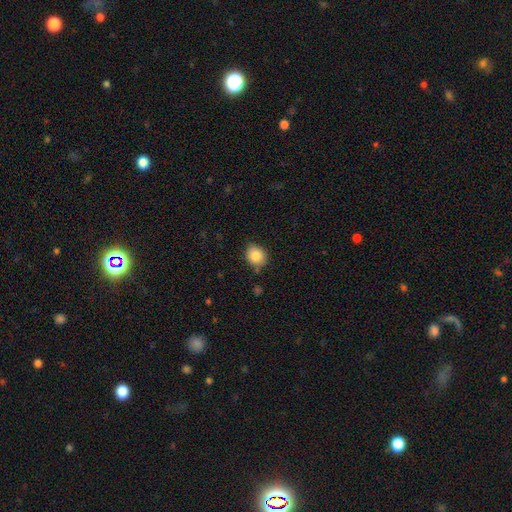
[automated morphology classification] Smooth or featured?
  - smooth: 84% *
  - star or artifact: 9%
  - featured or disk: 7%
How rounded?
  - round: 68% *
  - in between: 32%
  - cigar-shaped: 1%
Merging?
  - none: 80% *
  - minor disturbance: 15%
  - major disturbance: 3%
  - merger: 2%